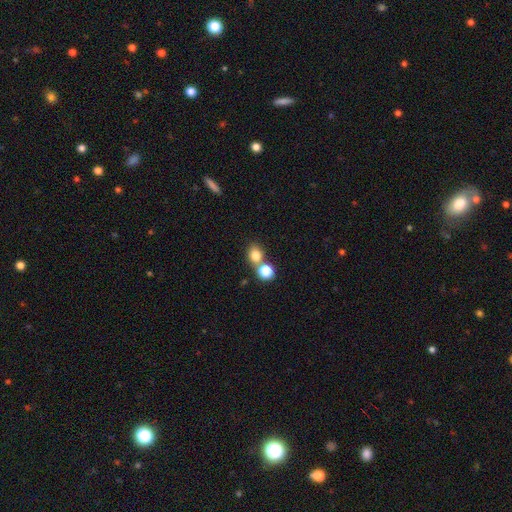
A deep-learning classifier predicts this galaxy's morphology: Smooth or featured? Predicted: smooth (p=0.79). How rounded? Predicted: round (p=0.64). Merging? Predicted: none (p=0.51).